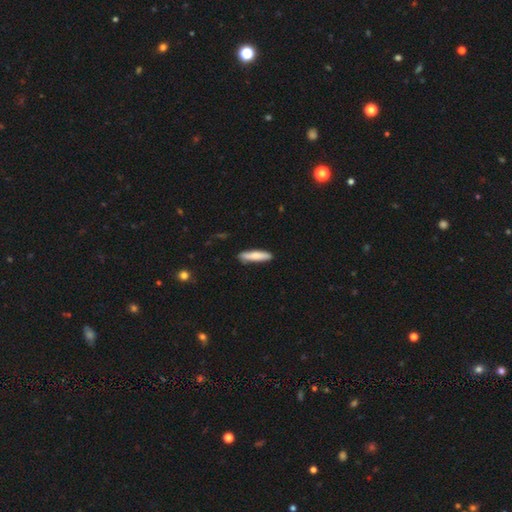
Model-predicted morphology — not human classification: Smooth or featured? smooth (79%)
How rounded? cigar-shaped (83%)
Merging? none (86%)